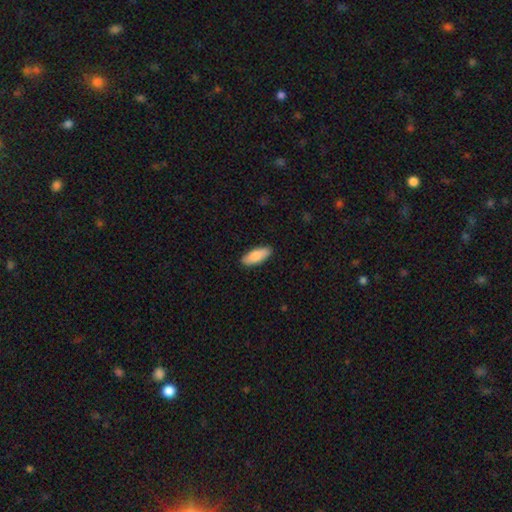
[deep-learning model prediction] Smooth or featured?
  - smooth: 82% *
  - featured or disk: 13%
  - star or artifact: 5%
How rounded?
  - in between: 76% *
  - cigar-shaped: 22%
  - round: 2%
Merging?
  - none: 89% *
  - minor disturbance: 8%
  - major disturbance: 2%
  - merger: 1%